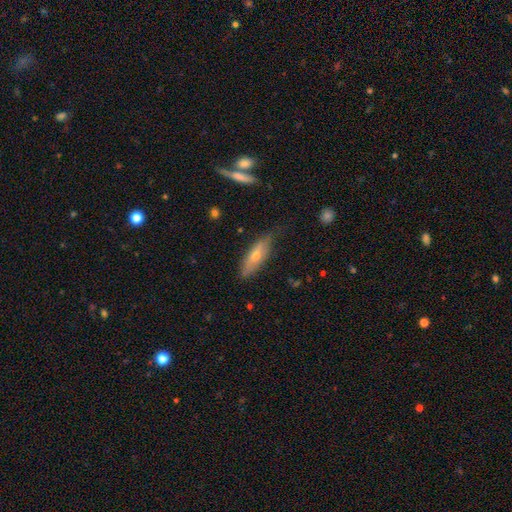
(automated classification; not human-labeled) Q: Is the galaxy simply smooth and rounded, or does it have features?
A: smooth — 54%.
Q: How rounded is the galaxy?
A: cigar-shaped — 53%.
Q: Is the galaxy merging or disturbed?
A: none — 74%.